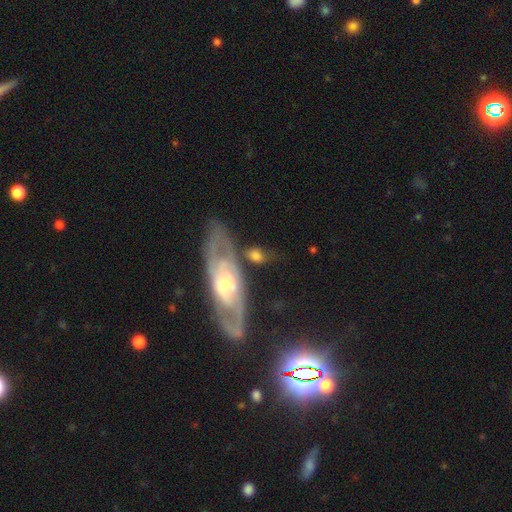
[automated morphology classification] Smooth or featured?
  - smooth: 58% *
  - featured or disk: 34%
  - star or artifact: 7%
How rounded?
  - in between: 69% *
  - round: 22%
  - cigar-shaped: 9%
Merging?
  - none: 54% *
  - minor disturbance: 18%
  - merger: 17%
  - major disturbance: 10%